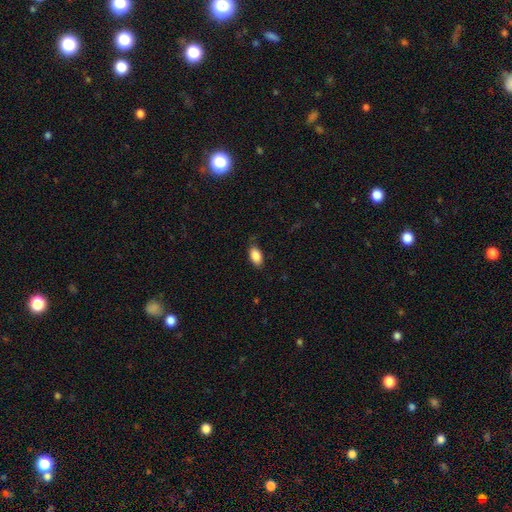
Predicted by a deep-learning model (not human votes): Smooth or featured?
  - smooth: 88% *
  - star or artifact: 7%
  - featured or disk: 5%
How rounded?
  - in between: 92% *
  - round: 5%
  - cigar-shaped: 3%
Merging?
  - none: 80% *
  - minor disturbance: 16%
  - major disturbance: 3%
  - merger: 1%